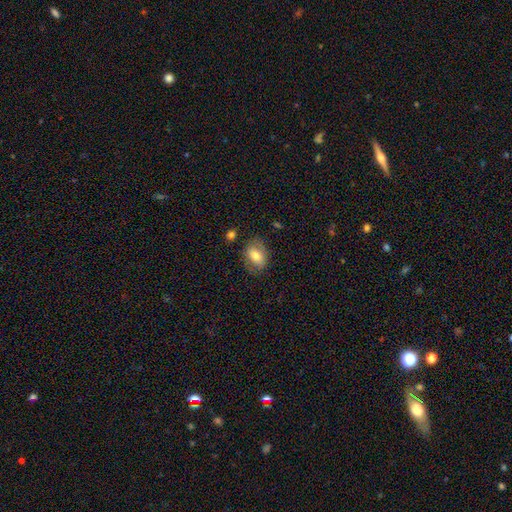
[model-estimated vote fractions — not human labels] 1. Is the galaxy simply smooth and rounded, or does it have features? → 68% smooth, 25% featured or disk, 8% star or artifact.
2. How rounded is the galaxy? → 78% in between, 21% round, 1% cigar-shaped.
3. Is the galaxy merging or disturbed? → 74% none, 17% minor disturbance, 7% major disturbance, 2% merger.